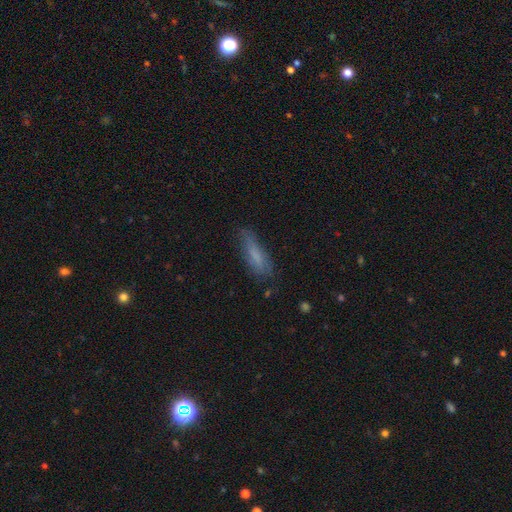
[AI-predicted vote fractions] Smooth or featured? Predicted: smooth (p=0.71). How rounded? Predicted: cigar-shaped (p=0.60). Merging? Predicted: none (p=0.66).